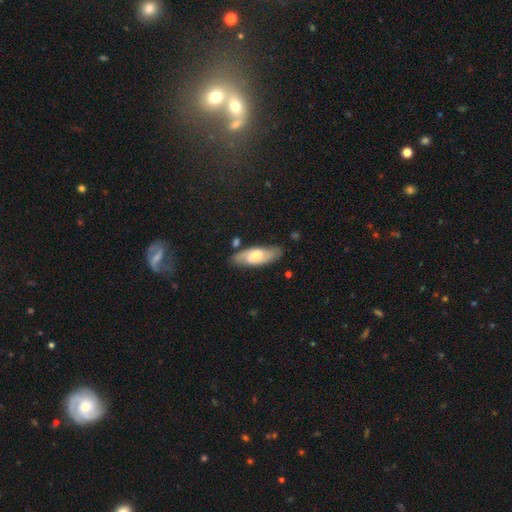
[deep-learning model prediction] Morphology: type=smooth (57%); roundness=in between (71%); merging=none (79%).